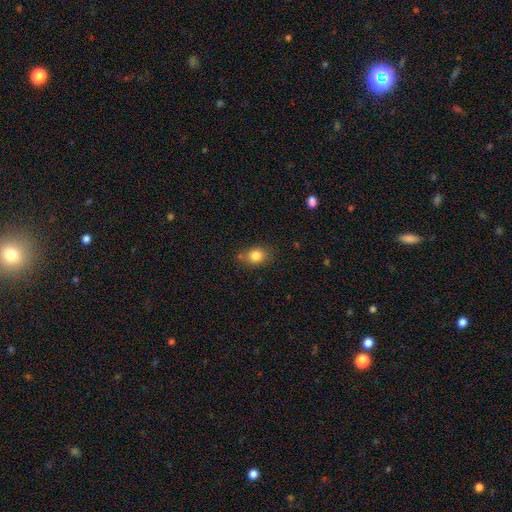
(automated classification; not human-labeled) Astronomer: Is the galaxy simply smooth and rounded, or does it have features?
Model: smooth — 83%.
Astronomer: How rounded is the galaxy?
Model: round — 51% (runner-up: in between, 47%).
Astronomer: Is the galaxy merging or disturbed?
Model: none — 71%.